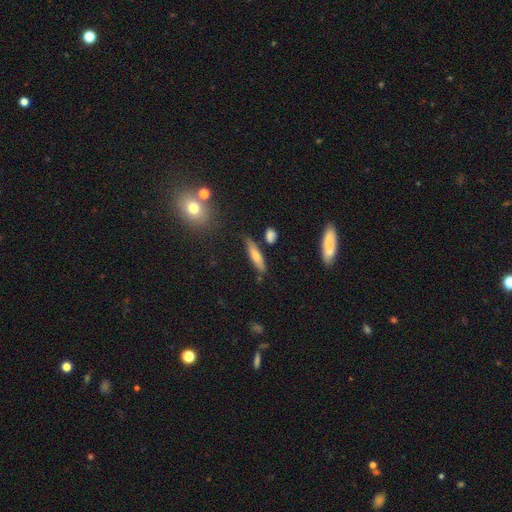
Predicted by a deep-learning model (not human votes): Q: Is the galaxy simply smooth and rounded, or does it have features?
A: smooth — 59%.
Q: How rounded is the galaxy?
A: cigar-shaped — 74%.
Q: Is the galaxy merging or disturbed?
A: none — 78%.